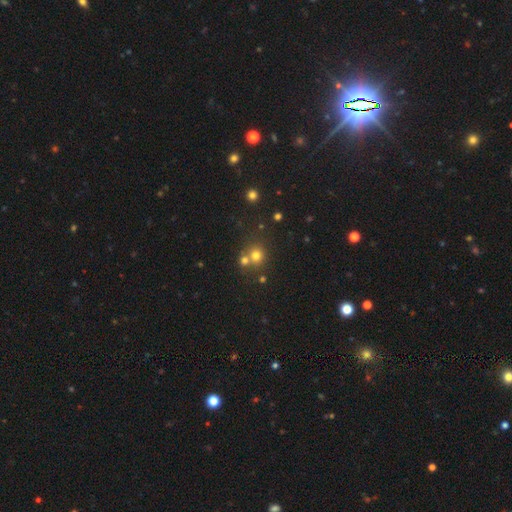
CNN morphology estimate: A smooth galaxy with no disk features (71%) that is round (86%). Merging: none (53%).